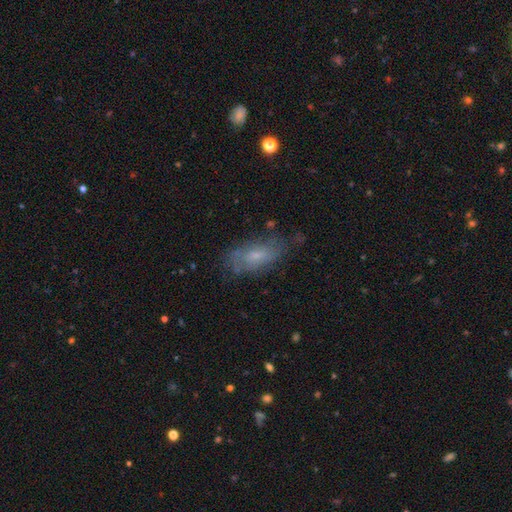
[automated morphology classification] Smooth or featured? smooth (48%)
Merging? none (64%)